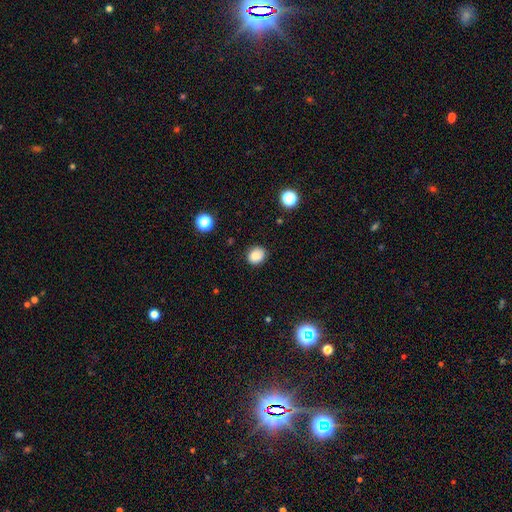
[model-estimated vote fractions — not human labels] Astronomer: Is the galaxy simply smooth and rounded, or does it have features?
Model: smooth — 82%.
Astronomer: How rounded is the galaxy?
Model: round — 69%.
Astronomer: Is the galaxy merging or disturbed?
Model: none — 86%.